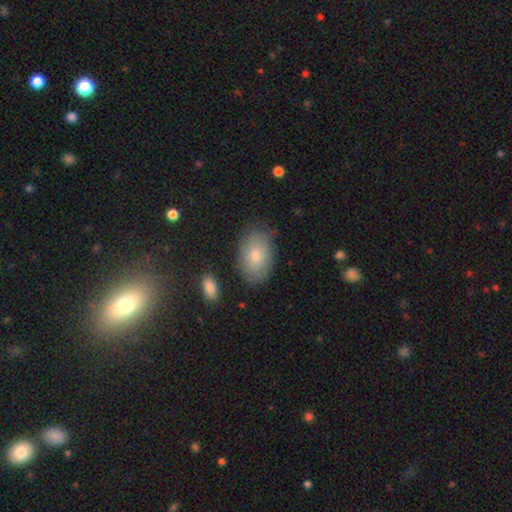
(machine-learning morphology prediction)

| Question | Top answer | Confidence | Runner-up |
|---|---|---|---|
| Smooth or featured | smooth | 76% | featured or disk (16%) |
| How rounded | in between | 89% | round (10%) |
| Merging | none | 82% | minor disturbance (13%) |